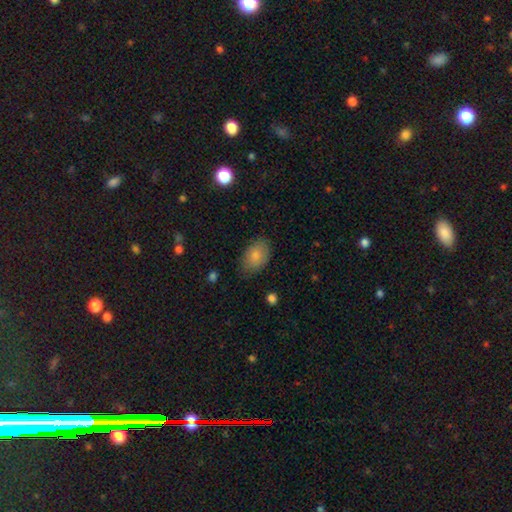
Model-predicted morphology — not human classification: smooth 82%, featured or disk 11%, star or artifact 7%. Down the decision tree: how rounded — in between (86%); merging — none (75%).